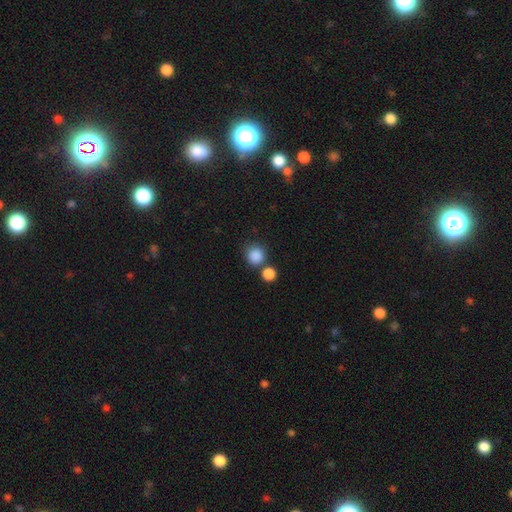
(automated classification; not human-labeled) This appears to be a smooth galaxy with no disk features (87%) that is round (90%). Merging: none (67%).